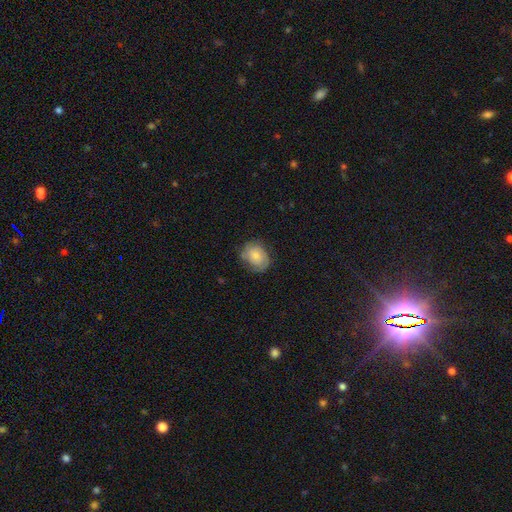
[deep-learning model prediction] Smooth or featured: smooth — 59% (featured or disk — 33%)
How rounded: in between — 51% (round — 48%)
Merging: none — 67% (minor disturbance — 24%)